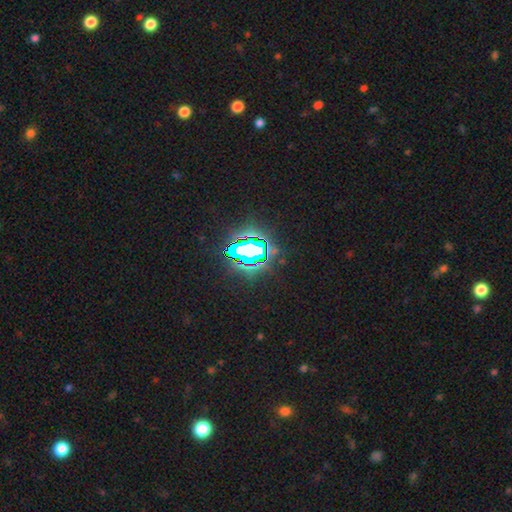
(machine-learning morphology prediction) A star or artifact, not a galaxy (73%).